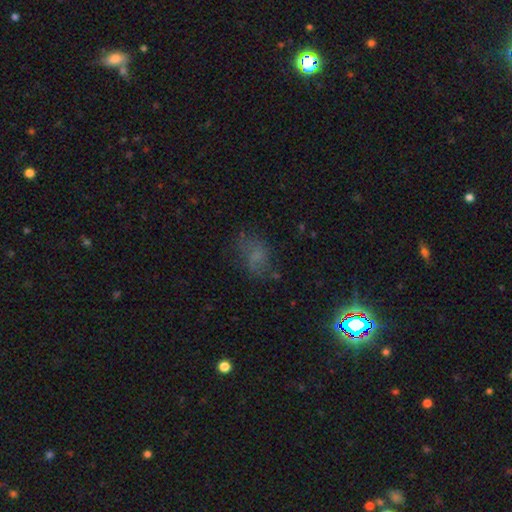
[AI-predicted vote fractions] smooth_or_featured: smooth (p=0.53) [alt: featured or disk p=0.24]
how_rounded: in between (p=0.76) [alt: round p=0.22]
merging: none (p=0.54) [alt: minor disturbance p=0.24]